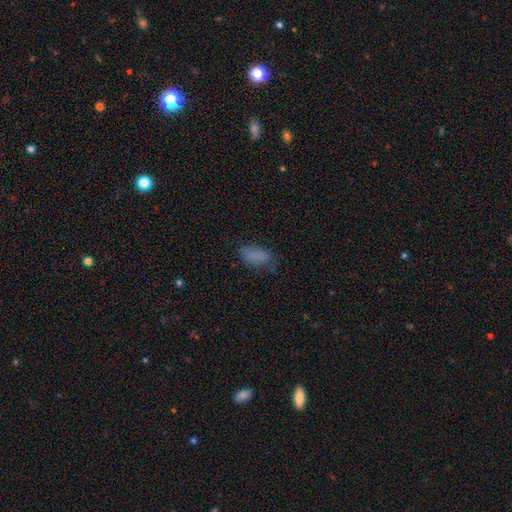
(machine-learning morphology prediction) This appears to be a smooth galaxy with no disk features (82%) that is in between round and cigar-shaped (91%). Merging: none (65%).